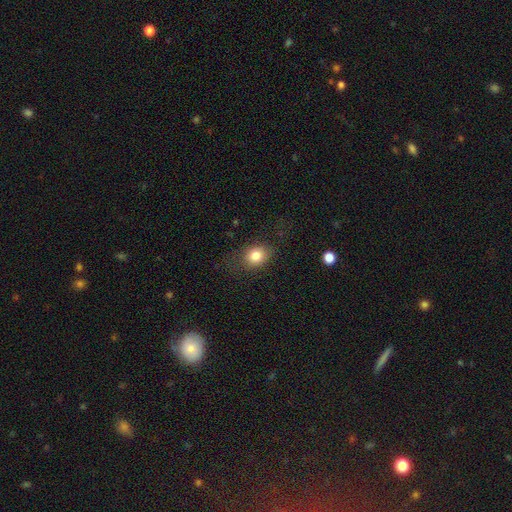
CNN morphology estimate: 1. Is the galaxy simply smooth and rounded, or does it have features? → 82% smooth, 10% star or artifact, 9% featured or disk.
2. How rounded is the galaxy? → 52% in between, 47% round, 1% cigar-shaped.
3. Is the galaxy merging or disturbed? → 75% none, 16% minor disturbance, 8% major disturbance, 1% merger.